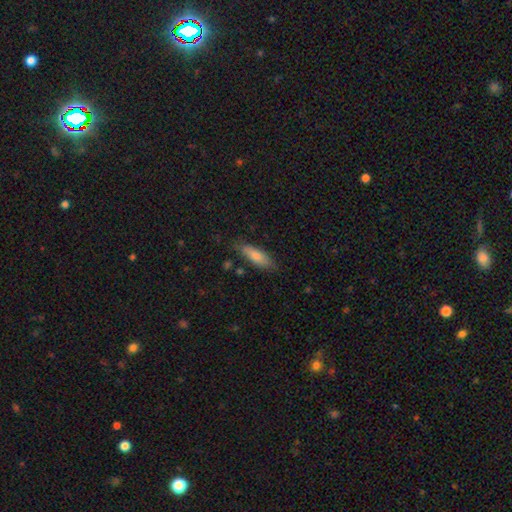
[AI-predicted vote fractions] Q: Smooth or featured?
A: smooth (81%); runner-up: featured or disk (13%)
Q: How rounded?
A: in between (57%); runner-up: cigar-shaped (41%)
Q: Merging?
A: none (77%); runner-up: minor disturbance (17%)